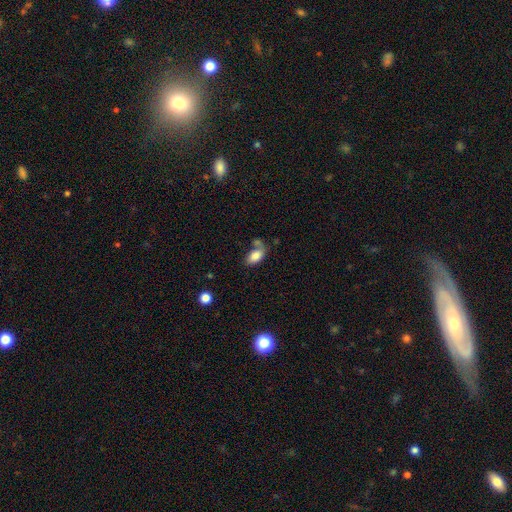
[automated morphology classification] smooth 82%, featured or disk 10%, star or artifact 8%. Down the decision tree: how rounded — in between (92%); merging — none (46%).